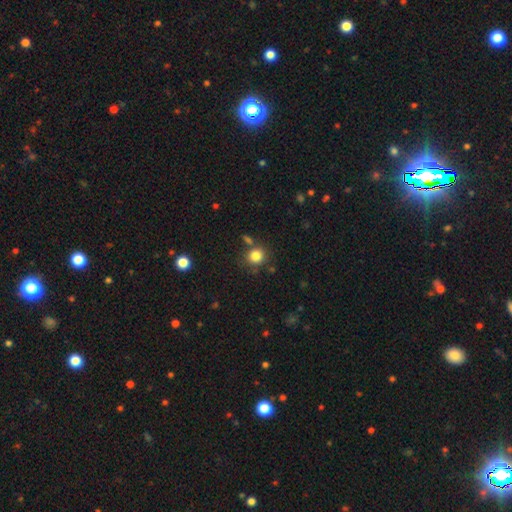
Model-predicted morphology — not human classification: Smooth or featured: smooth — 83% (star or artifact — 12%)
How rounded: round — 87% (in between — 12%)
Merging: none — 76% (minor disturbance — 10%)